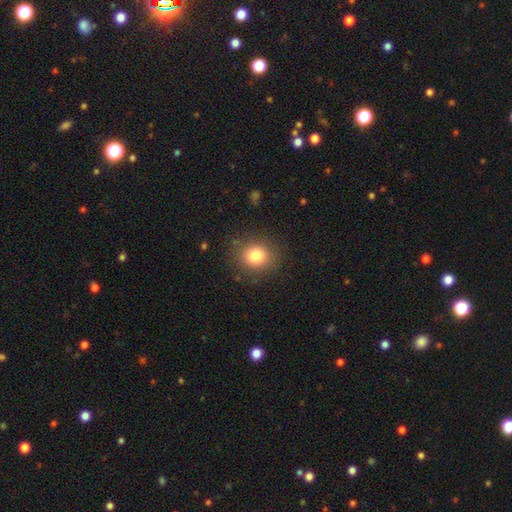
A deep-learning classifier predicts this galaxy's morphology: Smooth or featured? Predicted: smooth (p=0.81). How rounded? Predicted: round (p=0.75). Merging? Predicted: none (p=0.85).